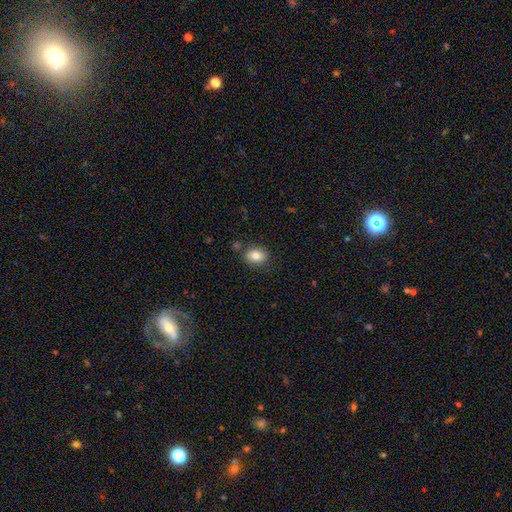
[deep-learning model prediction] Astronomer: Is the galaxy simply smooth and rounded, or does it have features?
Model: smooth — 83%.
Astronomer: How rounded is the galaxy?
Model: in between — 62%.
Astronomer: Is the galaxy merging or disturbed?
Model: none — 81%.